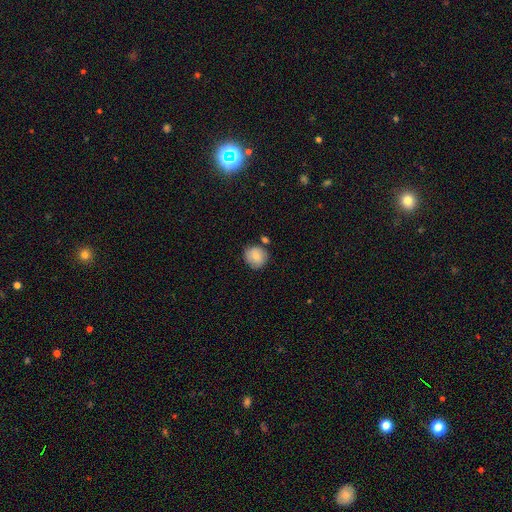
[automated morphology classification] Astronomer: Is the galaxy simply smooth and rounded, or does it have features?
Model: smooth — 81%.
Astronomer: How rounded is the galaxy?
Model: round — 89%.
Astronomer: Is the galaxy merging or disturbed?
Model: none — 74%.